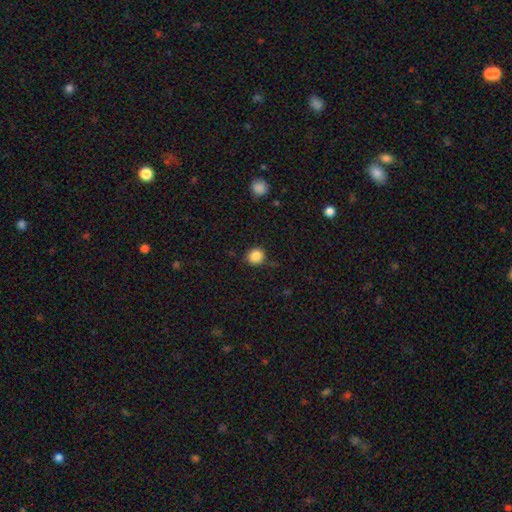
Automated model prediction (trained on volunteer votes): smooth 85%, star or artifact 10%, featured or disk 5%. Down the decision tree: how rounded — round (83%); merging — none (81%).